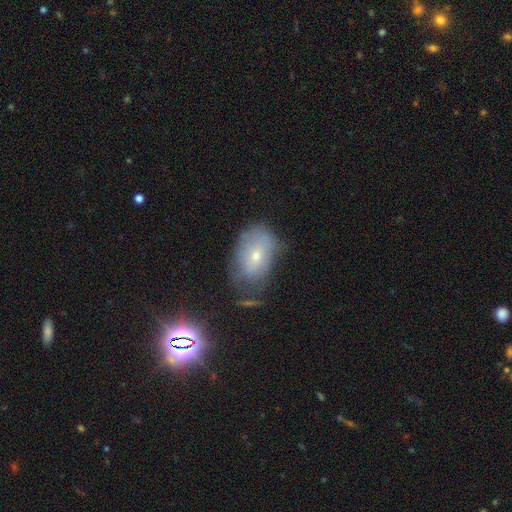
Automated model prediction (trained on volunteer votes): A smooth galaxy with no disk features (53%) that is in between round and cigar-shaped (83%).

Vote fractions:
- Smooth or featured? smooth: 53% / featured or disk: 34% / star or artifact: 13%
- How rounded? in between: 83% / round: 15% / cigar-shaped: 2%
- Merging? none: 49% / minor disturbance: 31% / major disturbance: 15% / merger: 5%